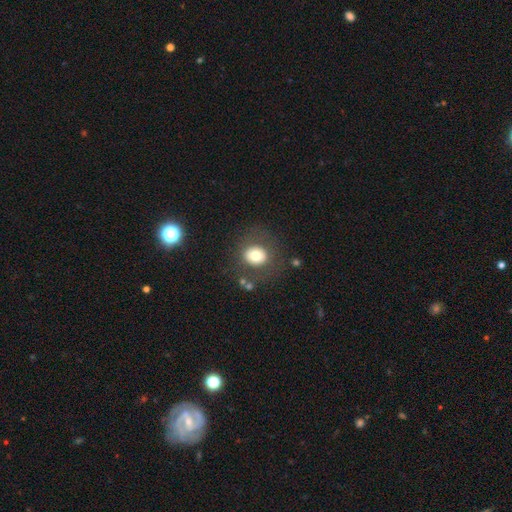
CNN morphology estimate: Smooth or featured: smooth — 70% (featured or disk — 19%)
How rounded: round — 79% (in between — 20%)
Merging: none — 77% (minor disturbance — 11%)